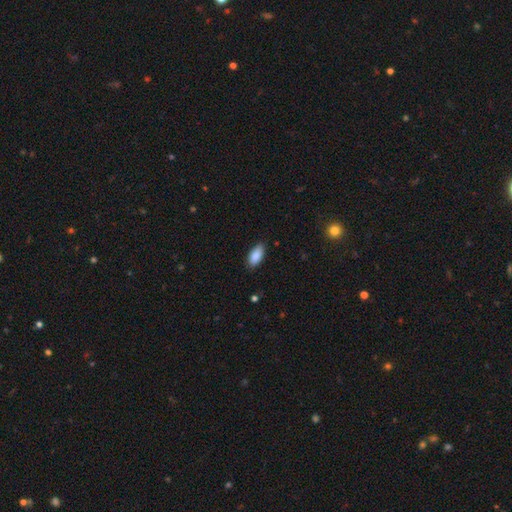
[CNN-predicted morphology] This is clearly a smooth galaxy (89%). How rounded: clearly in between (90%). Merging: clearly none (84%).